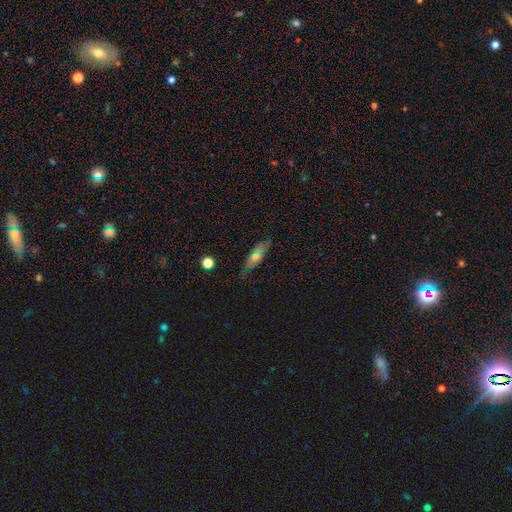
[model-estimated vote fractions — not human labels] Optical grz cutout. It shows a smooth galaxy with no disk features (56%) that is in between round and cigar-shaped (59%). Merging: none (74%).